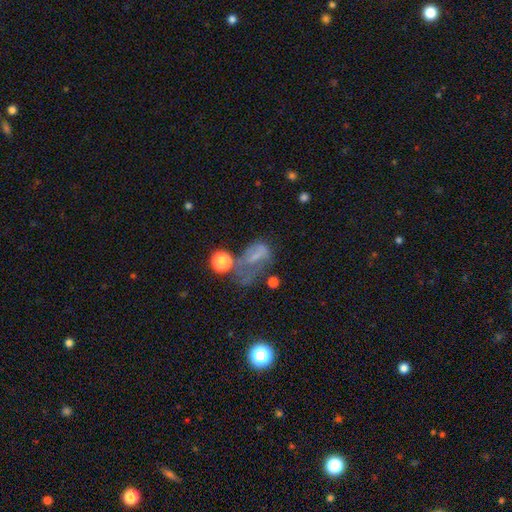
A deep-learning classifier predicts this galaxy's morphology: A smooth galaxy with no disk features (40%).

Vote fractions:
- Smooth or featured? smooth: 40% / featured or disk: 37% / star or artifact: 23%
- Merging? major disturbance: 44% / none: 24% / minor disturbance: 21% / merger: 11%